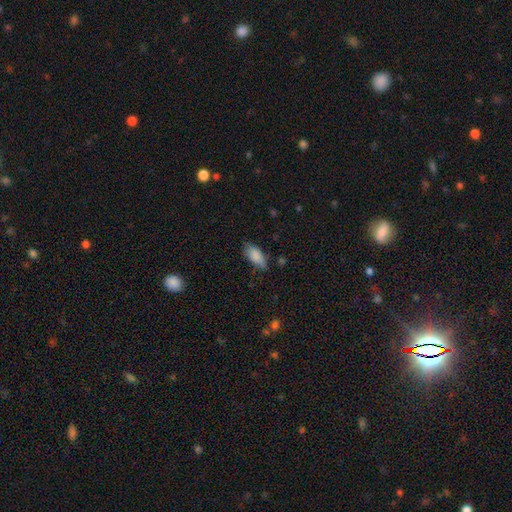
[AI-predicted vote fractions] This appears to be a smooth galaxy with no disk features (86%) that is in between round and cigar-shaped (88%). Merging: none (68%).